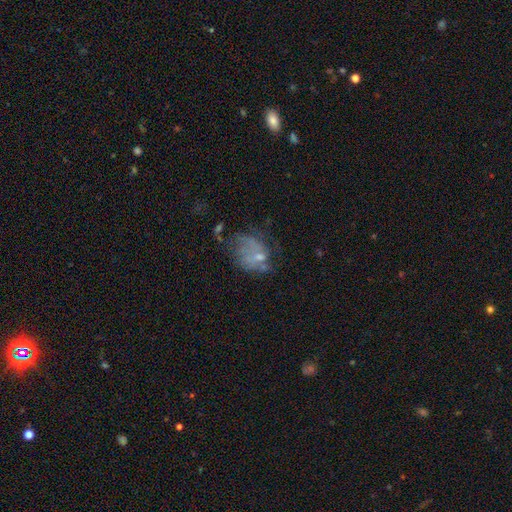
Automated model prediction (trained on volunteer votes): Overall: featured or disk (48%; smooth 37%). Merging: major disturbance (38%; none 29%).